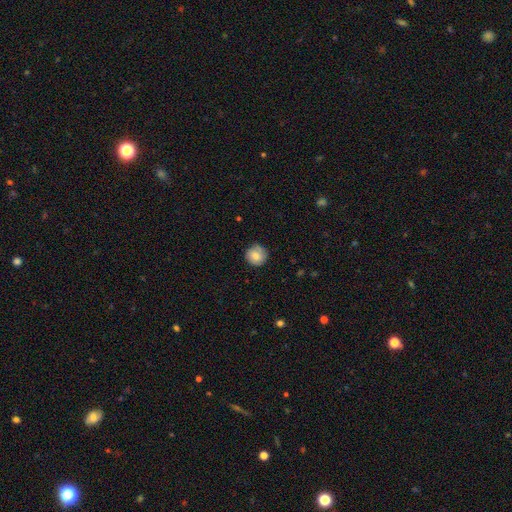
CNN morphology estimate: Smooth or featured?
  - smooth: 75% *
  - featured or disk: 17%
  - star or artifact: 8%
How rounded?
  - round: 92% *
  - in between: 7%
  - cigar-shaped: 1%
Merging?
  - none: 78% *
  - minor disturbance: 17%
  - major disturbance: 3%
  - merger: 1%